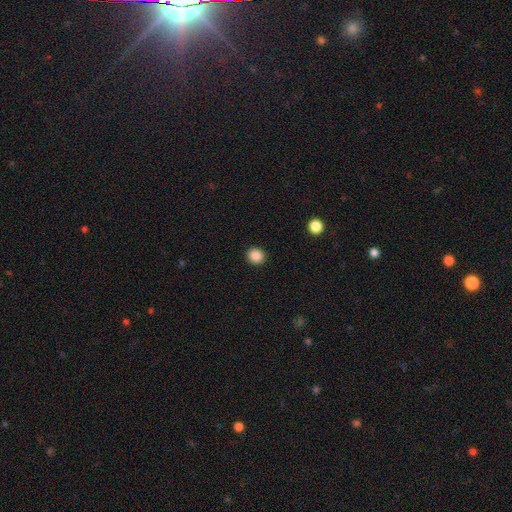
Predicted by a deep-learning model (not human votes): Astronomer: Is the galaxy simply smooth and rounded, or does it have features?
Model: smooth — 88%.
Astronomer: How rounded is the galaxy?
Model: round — 88%.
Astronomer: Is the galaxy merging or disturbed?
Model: none — 92%.